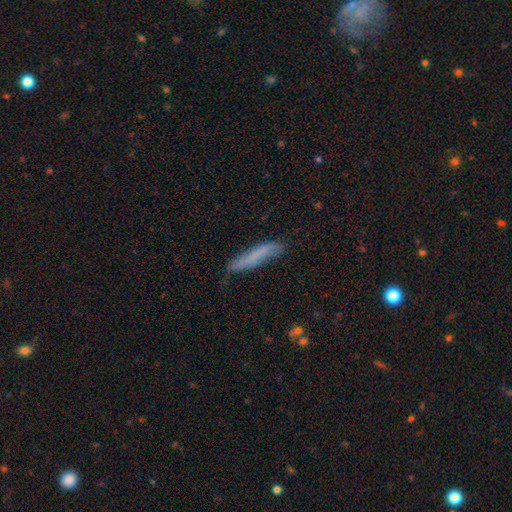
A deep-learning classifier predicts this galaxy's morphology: This appears to be a smooth galaxy with no disk features (68%) that is cigar-shaped (91%). Merging: none (74%).